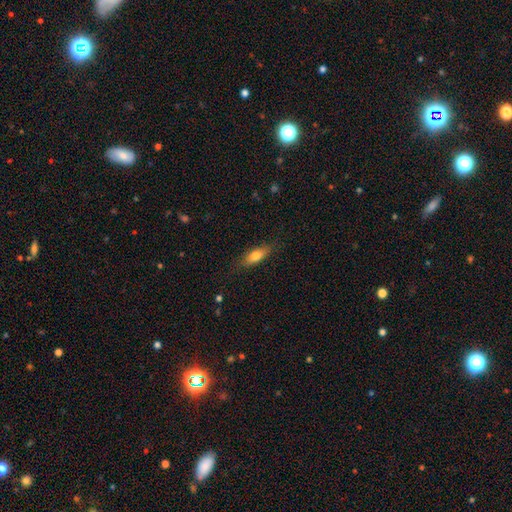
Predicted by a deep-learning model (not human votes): Morphology: type=smooth (74%); roundness=in between (66%); merging=none (80%).